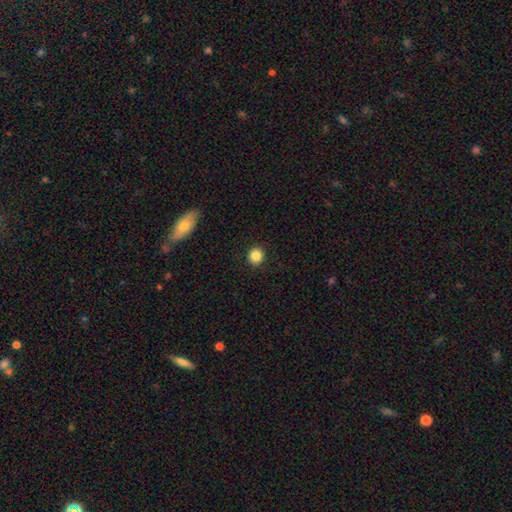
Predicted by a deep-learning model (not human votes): Q: Smooth or featured?
A: smooth (86%); runner-up: star or artifact (10%)
Q: How rounded?
A: round (88%); runner-up: in between (11%)
Q: Merging?
A: none (90%); runner-up: minor disturbance (6%)